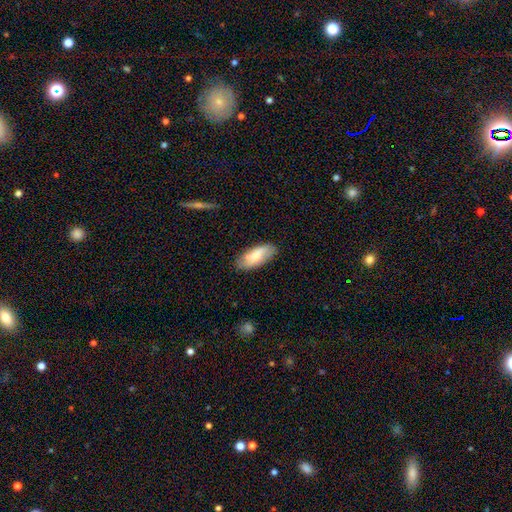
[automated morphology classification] type=smooth (64%); roundness=in between (84%); merging=none (78%).